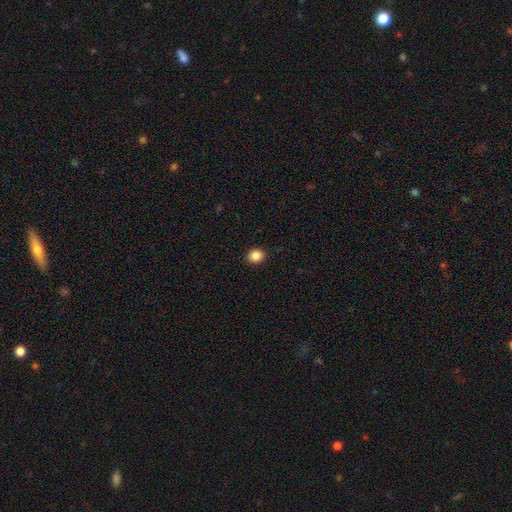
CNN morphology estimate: This appears to be a smooth galaxy with no disk features (87%) that is round (59%). Merging: none (90%).